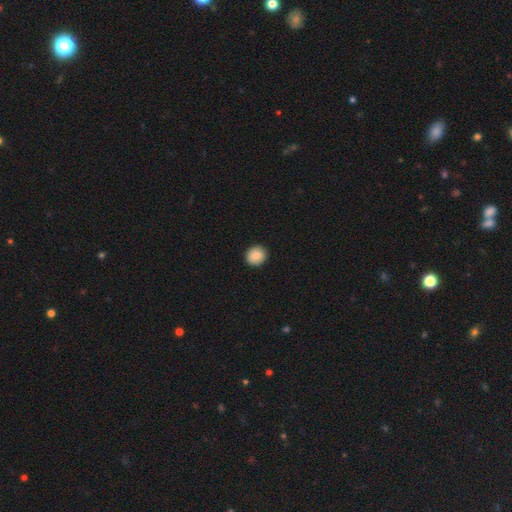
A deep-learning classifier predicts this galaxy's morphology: Smooth or featured? Predicted: smooth (p=0.86). How rounded? Predicted: round (p=0.90). Merging? Predicted: none (p=0.92).